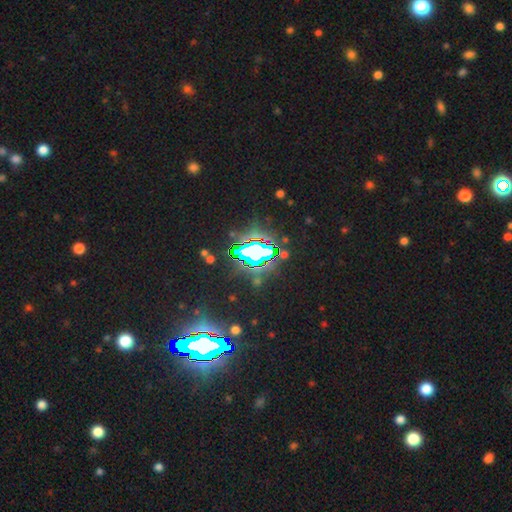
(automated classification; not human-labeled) Smooth or featured? star or artifact (77%)